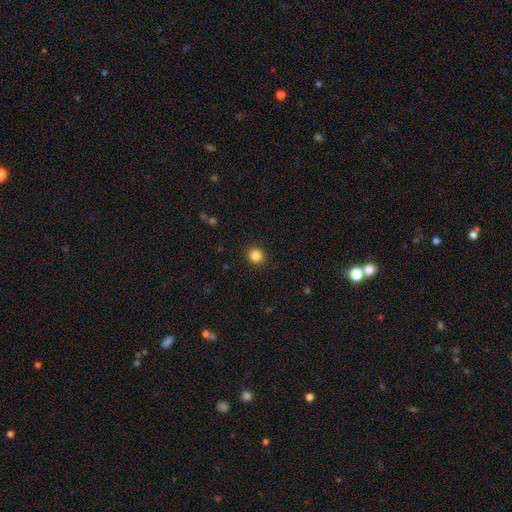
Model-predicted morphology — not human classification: Smooth or featured? smooth (84%)
How rounded? round (91%)
Merging? none (92%)